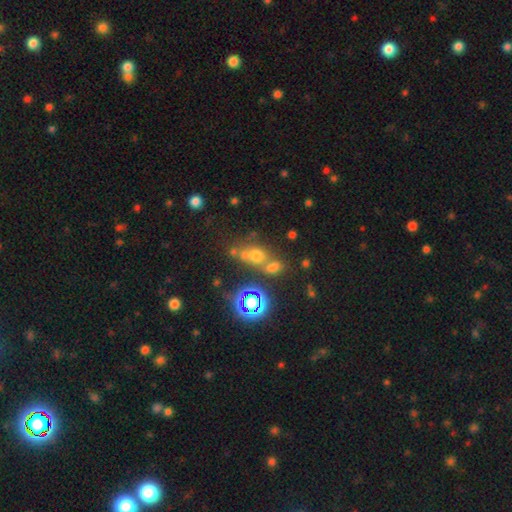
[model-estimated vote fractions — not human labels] The model was most divided on "merging": none: 46%, merger: 37%, minor disturbance: 11%, major disturbance: 6%. More confident: how rounded — round (59%); smooth or featured — smooth (52%).